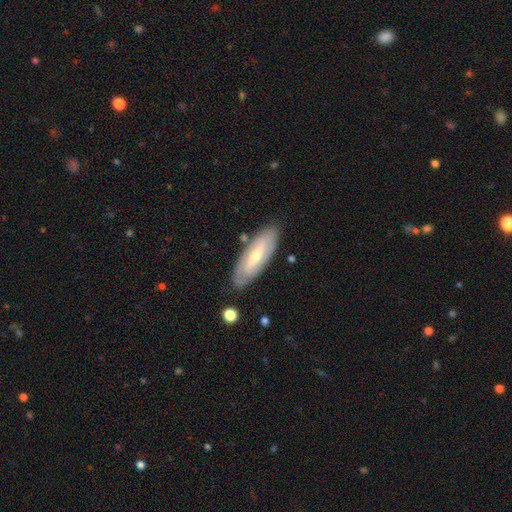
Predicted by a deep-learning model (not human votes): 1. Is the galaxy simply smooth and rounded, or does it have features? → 61% featured or disk, 34% smooth, 6% star or artifact.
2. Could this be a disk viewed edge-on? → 76% no, 24% yes.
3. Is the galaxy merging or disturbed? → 82% none, 13% minor disturbance, 3% major disturbance, 2% merger.